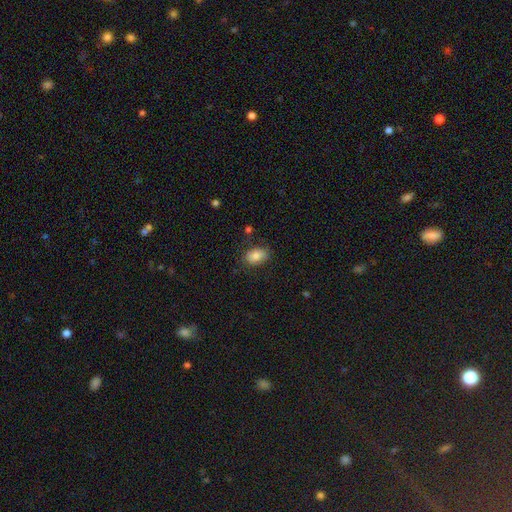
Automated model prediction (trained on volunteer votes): Q: Smooth or featured?
A: smooth (82%); runner-up: featured or disk (9%)
Q: How rounded?
A: in between (84%); runner-up: round (14%)
Q: Merging?
A: none (78%); runner-up: minor disturbance (16%)